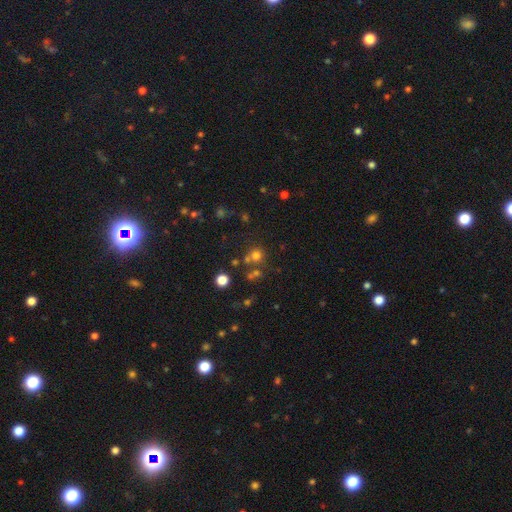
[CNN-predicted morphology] Smooth or featured? Predicted: smooth (p=0.67). How rounded? Predicted: round (p=0.90). Merging? Predicted: none (p=0.66).